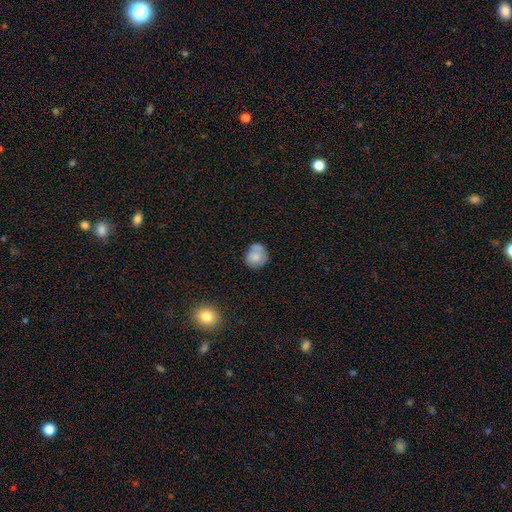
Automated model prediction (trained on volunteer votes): This appears to be a smooth galaxy with no disk features (73%) that is round (83%). Merging: none (60%).